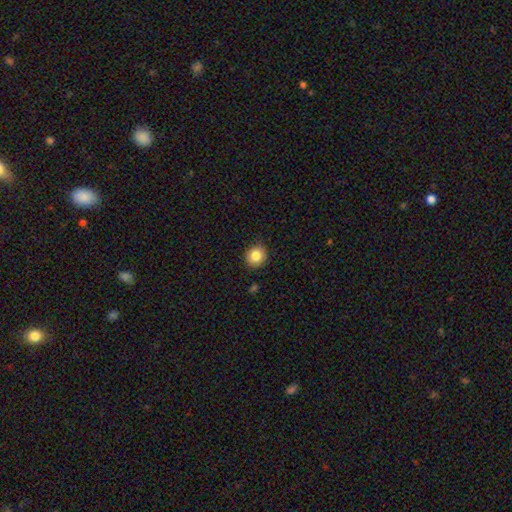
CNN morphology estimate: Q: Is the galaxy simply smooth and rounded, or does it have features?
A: smooth — 85%.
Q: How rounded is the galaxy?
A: round — 88%.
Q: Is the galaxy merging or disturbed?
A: none — 89%.